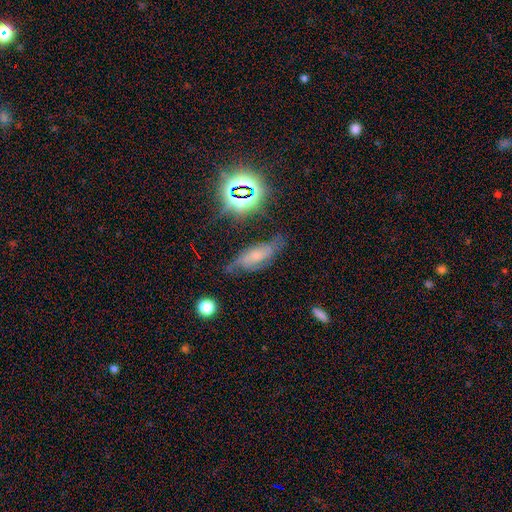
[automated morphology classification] Smooth or featured: featured or disk — 46% (smooth — 35%)
Merging: none — 54% (minor disturbance — 29%)